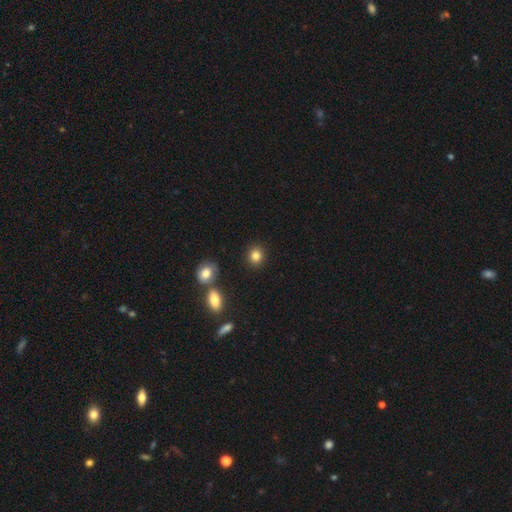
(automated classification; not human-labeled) Smooth or featured? Predicted: smooth (p=0.85). How rounded? Predicted: round (p=0.81). Merging? Predicted: none (p=0.88).